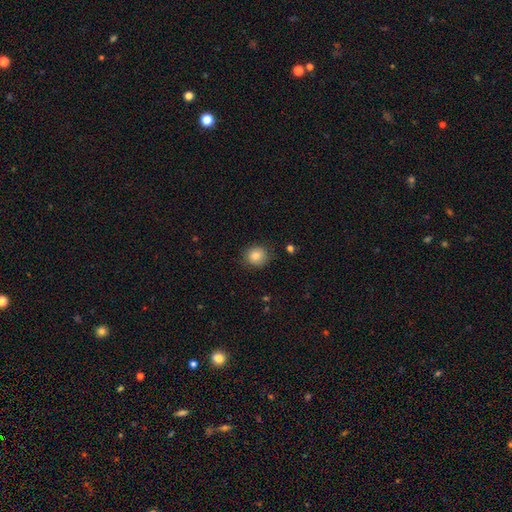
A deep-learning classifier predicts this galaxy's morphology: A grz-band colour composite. It shows a smooth galaxy with no disk features (83%) that is round (86%). Merging: none (87%).